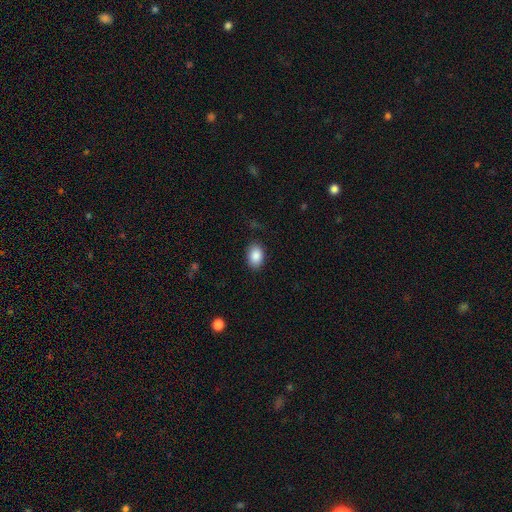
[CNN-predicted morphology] smooth-or-featured: smooth: 88% | star or artifact: 7% | featured or disk: 5%
  how-rounded: in between: 84% | round: 15% | cigar-shaped: 1%
  merging: none: 85% | minor disturbance: 11% | major disturbance: 3% | merger: 1%